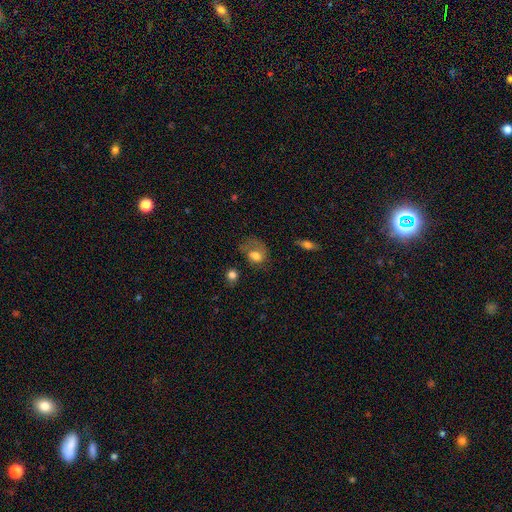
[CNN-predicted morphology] Smooth or featured? smooth (66%)
How rounded? in between (59%)
Merging? major disturbance (43%)